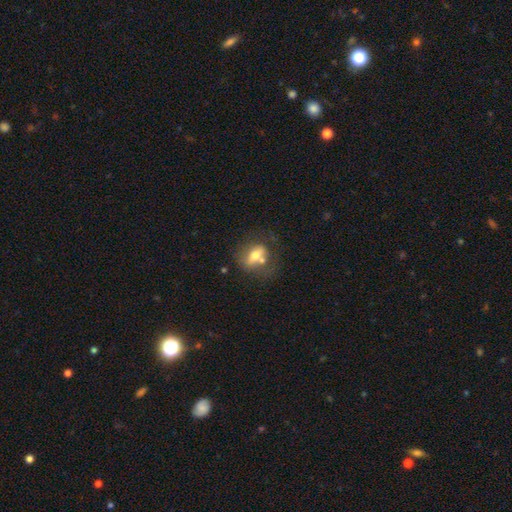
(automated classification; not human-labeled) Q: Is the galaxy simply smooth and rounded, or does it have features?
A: smooth — 56%.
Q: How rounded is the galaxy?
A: in between — 63%.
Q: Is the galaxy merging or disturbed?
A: none — 46%.